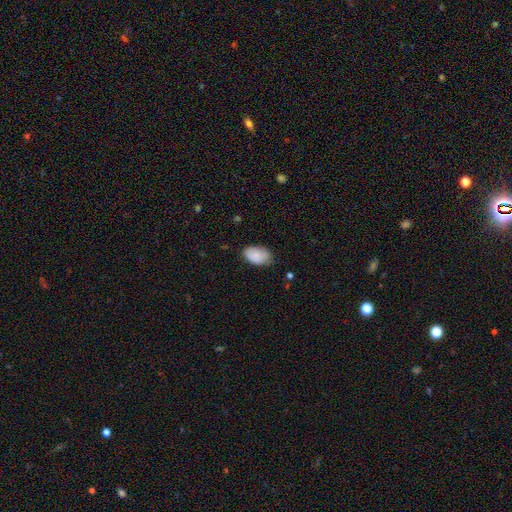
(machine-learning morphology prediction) The model was most divided on "merging": none: 67%, minor disturbance: 27%, major disturbance: 4%, merger: 1%. More confident: how rounded — in between (91%); smooth or featured — smooth (85%).